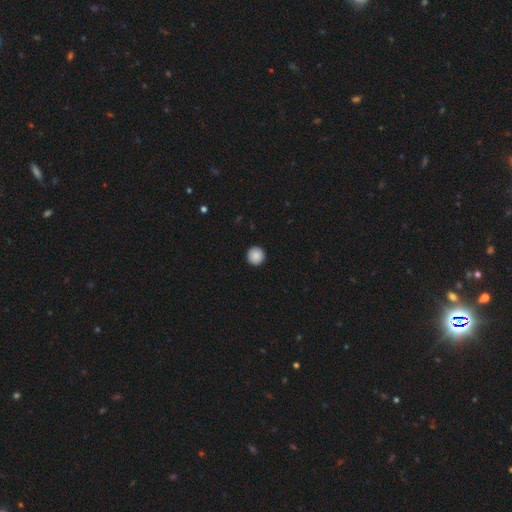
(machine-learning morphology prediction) Overall: smooth (89%). How rounded: round (96%). Merging: none (94%).